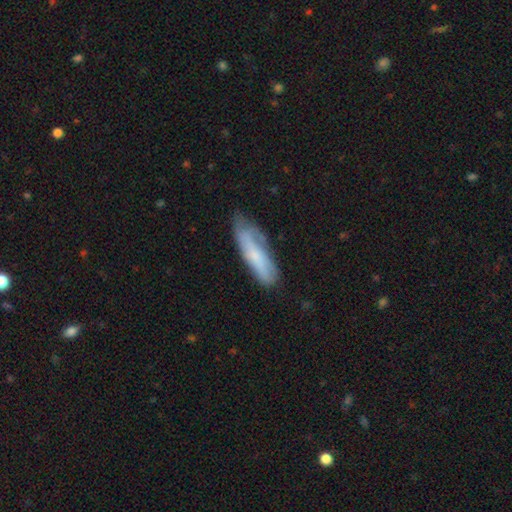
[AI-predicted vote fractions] smooth 57%, featured or disk 36%, star or artifact 7%. Down the decision tree: how rounded — cigar-shaped (63%); merging — none (58%).